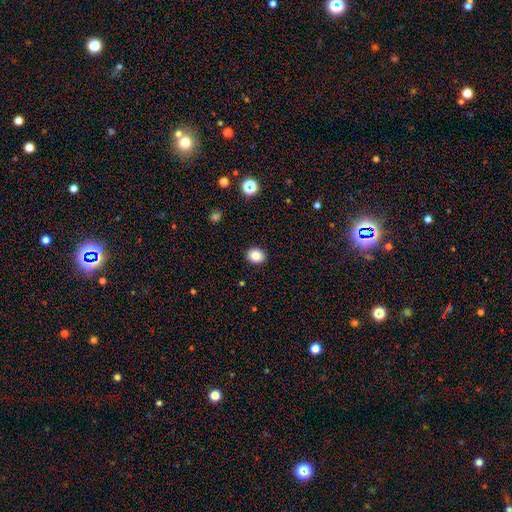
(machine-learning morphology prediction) This is clearly a smooth galaxy (85%). How rounded: likely round (64%). Merging: clearly none (91%).